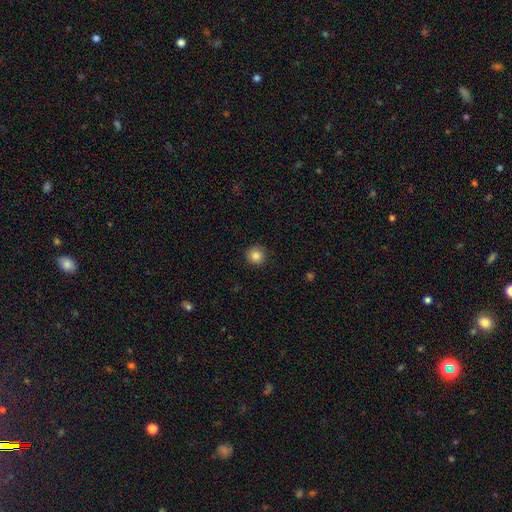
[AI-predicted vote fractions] Morphology: type=smooth (85%); roundness=round (94%); merging=none (91%).